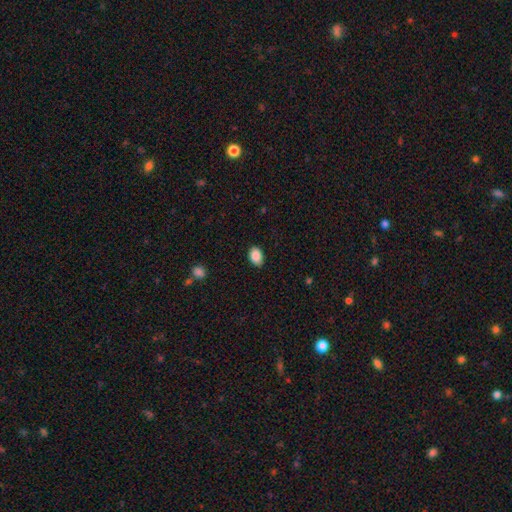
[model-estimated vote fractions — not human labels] A smooth galaxy with no disk features (89%) that is in between round and cigar-shaped (87%). Merging: none (86%).